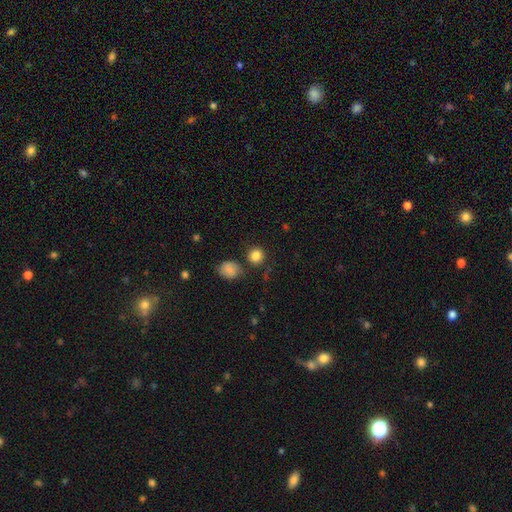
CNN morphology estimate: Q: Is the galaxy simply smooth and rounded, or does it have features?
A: smooth — 85%.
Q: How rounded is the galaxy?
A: round — 88%.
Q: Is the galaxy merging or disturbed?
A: none — 80%.